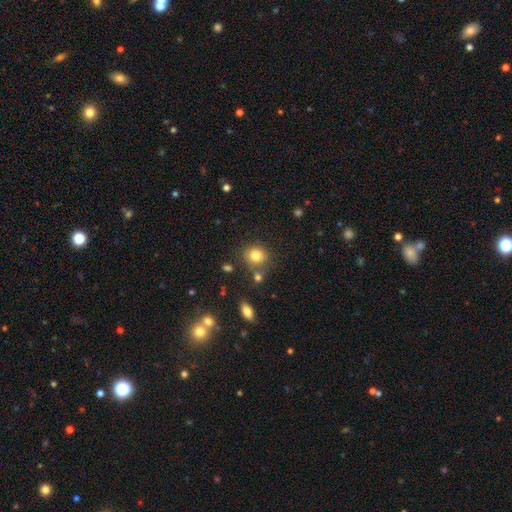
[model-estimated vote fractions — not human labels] Smooth or featured?
  - smooth: 82% *
  - star or artifact: 11%
  - featured or disk: 7%
How rounded?
  - round: 77% *
  - in between: 22%
  - cigar-shaped: 1%
Merging?
  - none: 70% *
  - merger: 13%
  - minor disturbance: 12%
  - major disturbance: 4%